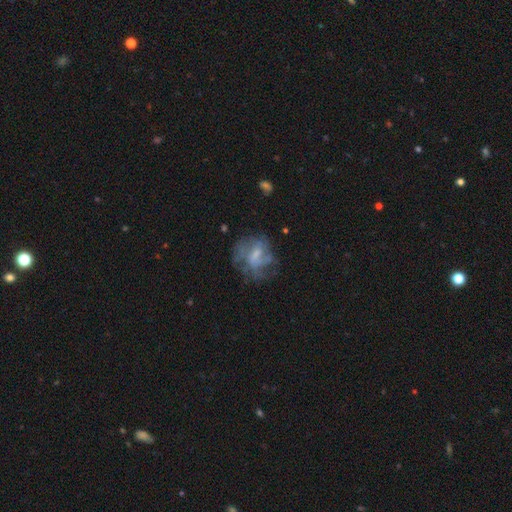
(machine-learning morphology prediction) The model was most divided on "bar": weak: 47%, no: 43%, strong: 10%. Remaining: edge-on disk — no (98%); smooth or featured — featured or disk (65%); spiral arms — yes (64%); merging — none (49%); bulge size — small (37%).